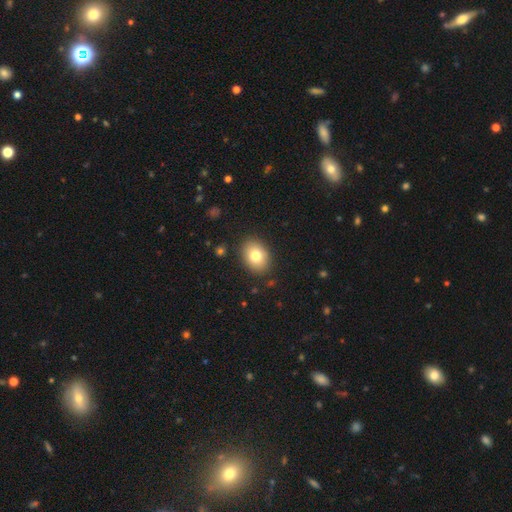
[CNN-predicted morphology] A smooth galaxy with no disk features (79%) that is in between round and cigar-shaped (66%).

Vote fractions:
- Smooth or featured? smooth: 79% / featured or disk: 12% / star or artifact: 9%
- How rounded? in between: 66% / round: 33% / cigar-shaped: 1%
- Merging? none: 88% / minor disturbance: 8% / major disturbance: 2% / merger: 1%